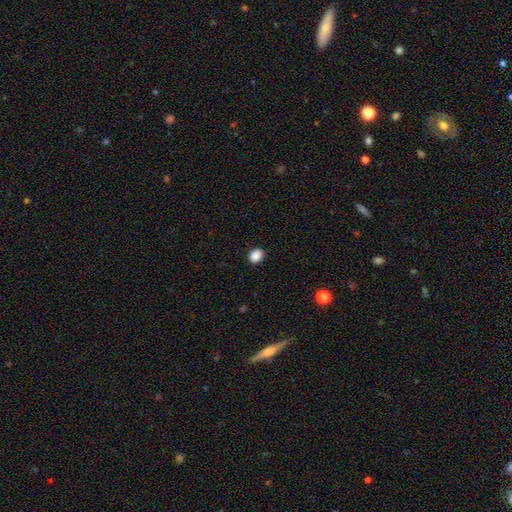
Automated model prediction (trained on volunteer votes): A smooth galaxy with no disk features (89%) that is round (52%). Merging: none (91%).